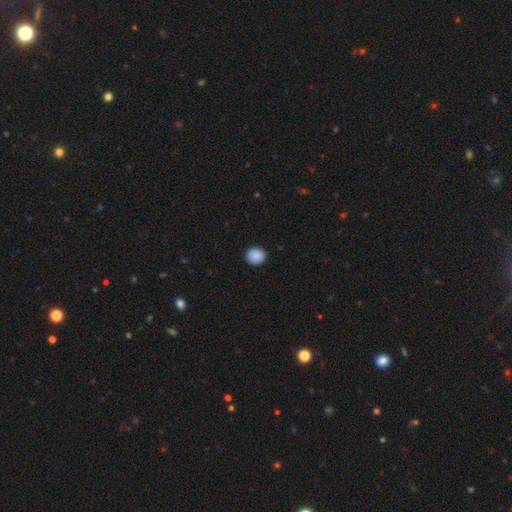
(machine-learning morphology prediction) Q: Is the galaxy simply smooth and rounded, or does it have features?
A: smooth — 89%.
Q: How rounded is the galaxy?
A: round — 85%.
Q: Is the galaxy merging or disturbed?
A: none — 91%.